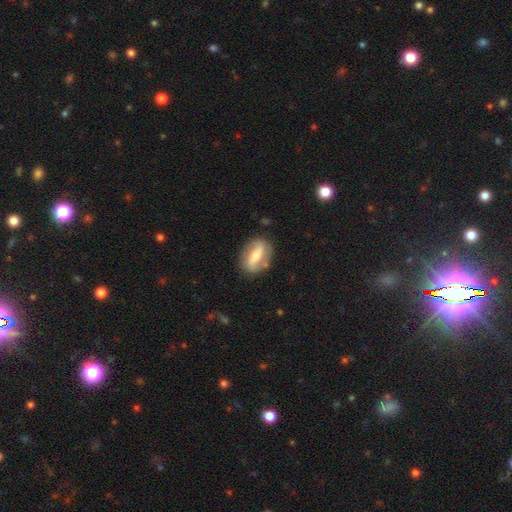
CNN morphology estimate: Q: Smooth or featured?
A: featured or disk (64%); runner-up: smooth (31%)
Q: Edge-on disk?
A: no (89%); runner-up: yes (11%)
Q: Bar?
A: strong (57%); runner-up: weak (26%)
Q: Spiral arms?
A: yes (72%); runner-up: no (28%)
Q: Bulge size?
A: moderate (52%); runner-up: small (37%)
Q: Merging?
A: none (81%); runner-up: minor disturbance (13%)